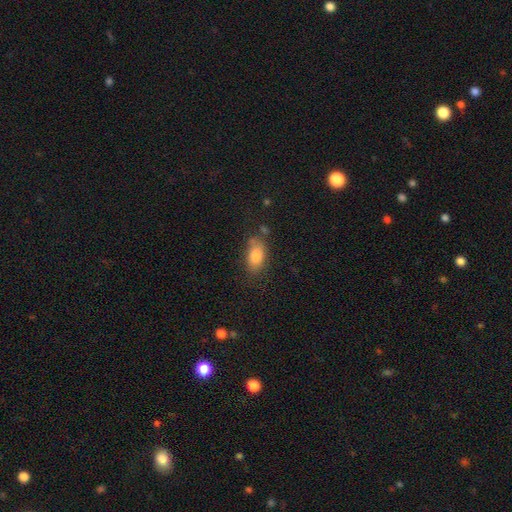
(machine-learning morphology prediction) This appears to be a smooth galaxy with no disk features (83%) that is in between round and cigar-shaped (88%). Merging: none (66%).